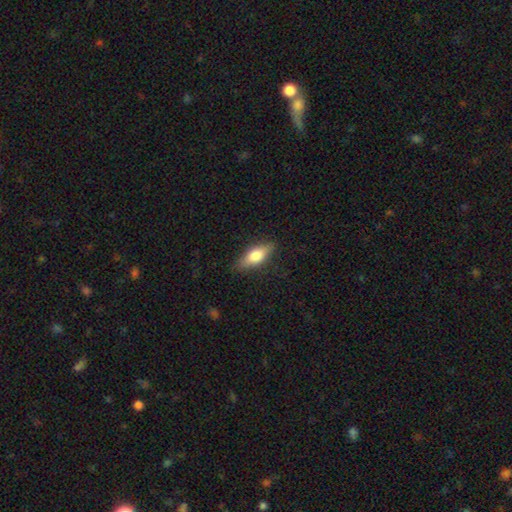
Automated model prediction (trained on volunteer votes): Smooth or featured? smooth (68%)
How rounded? in between (67%)
Merging? none (84%)